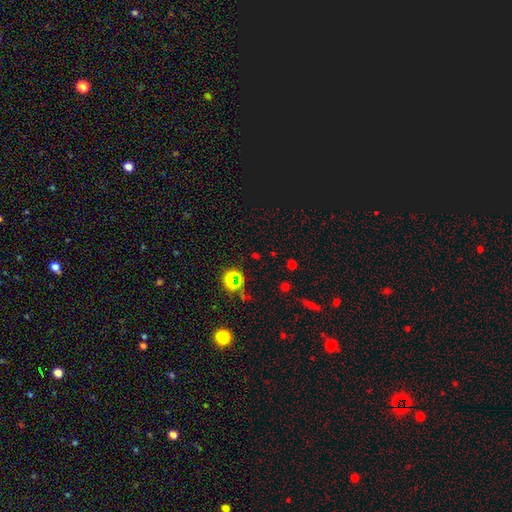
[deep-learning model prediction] A star or artifact, not a galaxy (65%).